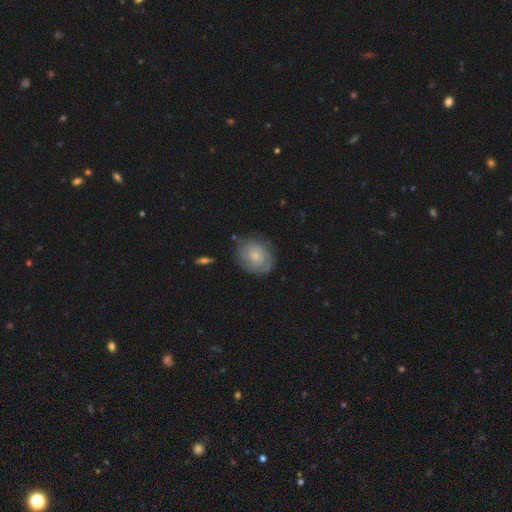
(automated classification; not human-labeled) This appears to be a featured or disk galaxy (56%) with no bar (81%), spiral arms (81%) and a small central bulge (70%). Merging: none (72%).